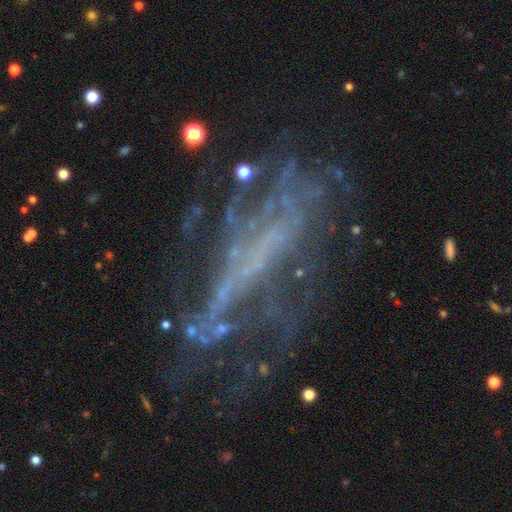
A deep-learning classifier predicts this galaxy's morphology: Overall: featured or disk (59%; star or artifact 24%). Edge-on disk: no (72%). Merging: none (44%; major disturbance 30%).